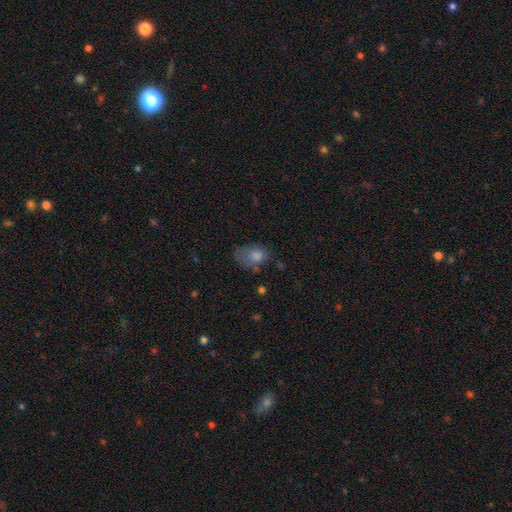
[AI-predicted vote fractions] A smooth galaxy with no disk features (71%) that is in between round and cigar-shaped (75%).

Vote fractions:
- Smooth or featured? smooth: 71% / featured or disk: 16% / star or artifact: 13%
- How rounded? in between: 75% / round: 24% / cigar-shaped: 2%
- Merging? none: 40% / minor disturbance: 32% / major disturbance: 24% / merger: 4%